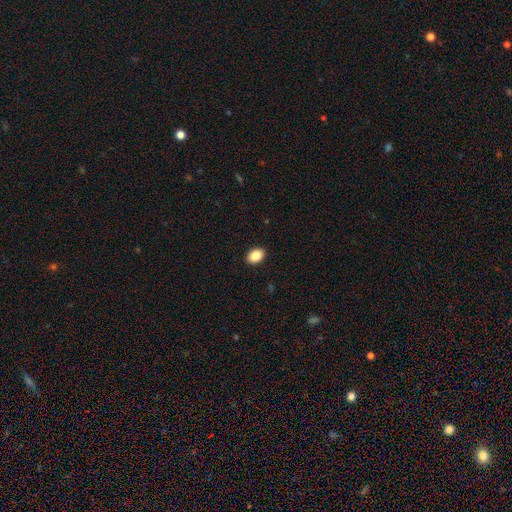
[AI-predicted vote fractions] Overall: smooth (86%). How rounded: in between (75%). Merging: none (91%).